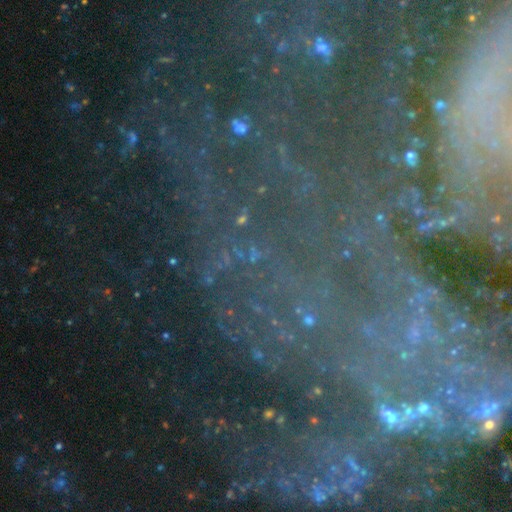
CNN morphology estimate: Overall: star or artifact (78%).